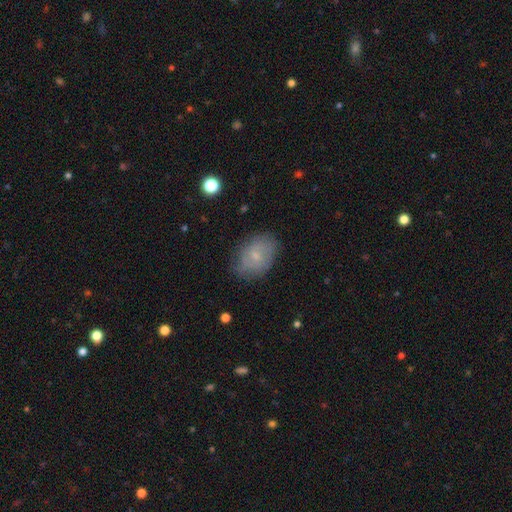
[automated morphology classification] Overall: smooth (59%; featured or disk 32%). How rounded: in between (78%). Merging: none (73%).